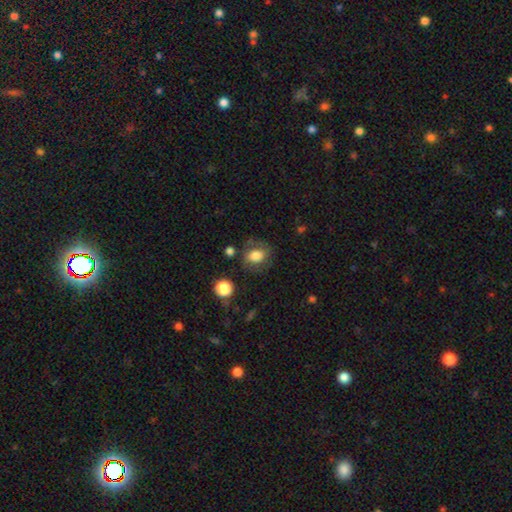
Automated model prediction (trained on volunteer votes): Q: Smooth or featured?
A: smooth (73%); runner-up: featured or disk (18%)
Q: How rounded?
A: in between (58%); runner-up: round (40%)
Q: Merging?
A: none (69%); runner-up: minor disturbance (18%)